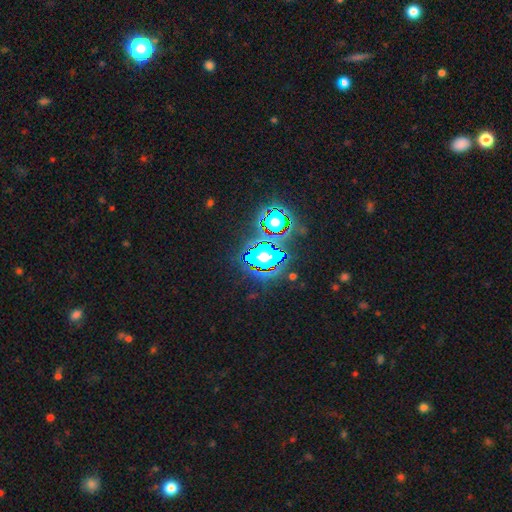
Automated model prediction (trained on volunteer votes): A star or artifact, not a galaxy (81%).

Vote fractions:
- Smooth or featured? star or artifact: 81% / smooth: 11% / featured or disk: 8%